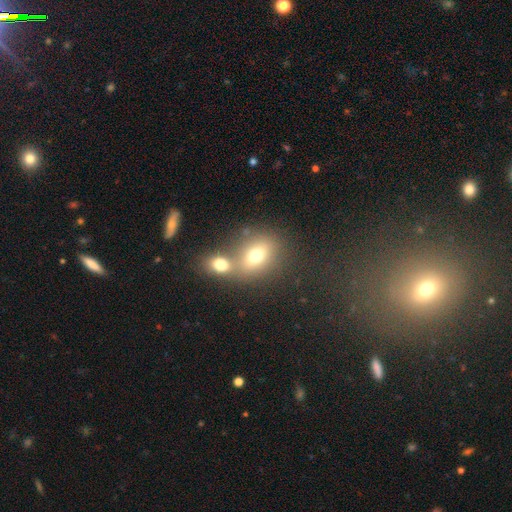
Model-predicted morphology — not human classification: smooth_or_featured: smooth (p=0.72) [alt: featured or disk p=0.16]
how_rounded: in between (p=0.62) [alt: round p=0.36]
merging: merger (p=0.47) [alt: none p=0.40]